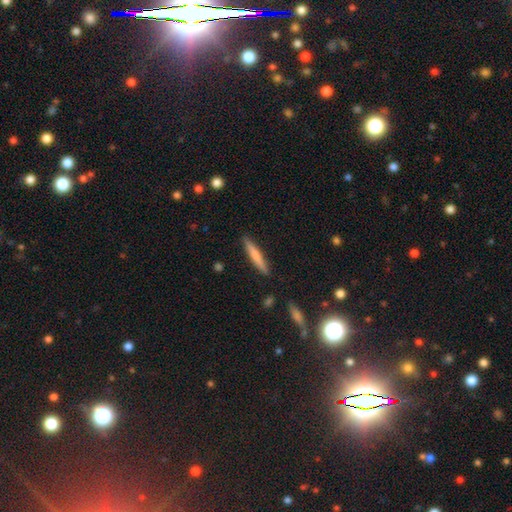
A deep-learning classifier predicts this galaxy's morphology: This appears to be a smooth galaxy with no disk features (69%) that is cigar-shaped (93%). Merging: none (89%).